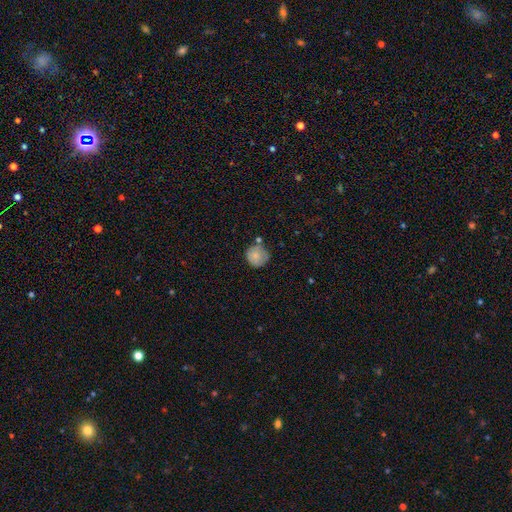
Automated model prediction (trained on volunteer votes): smooth_or_featured: smooth (p=0.80) [alt: featured or disk p=0.12]
how_rounded: round (p=0.92) [alt: in between p=0.07]
merging: none (p=0.67) [alt: minor disturbance p=0.20]